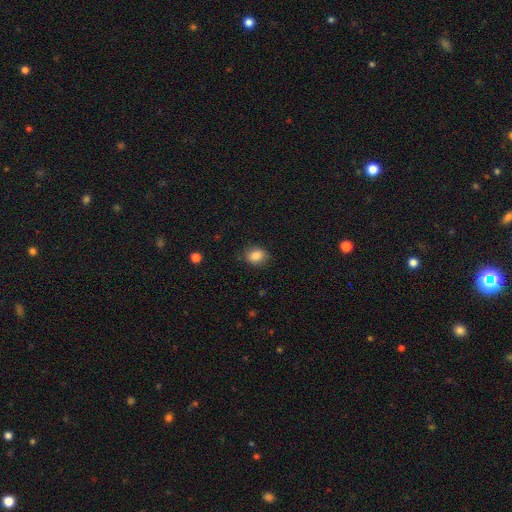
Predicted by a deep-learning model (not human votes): This is clearly a smooth galaxy (85%). How rounded: possibly round (53%). Merging: clearly none (82%).